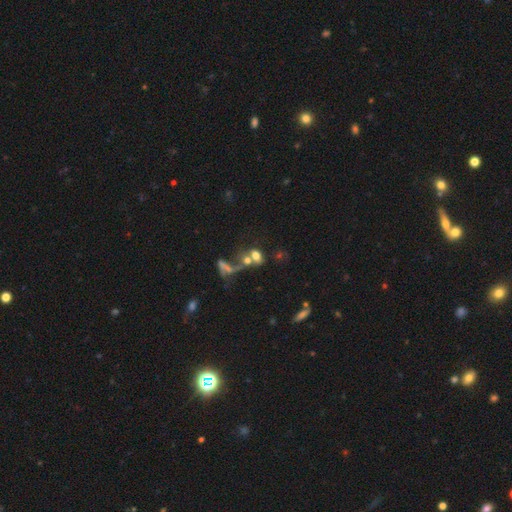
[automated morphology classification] smooth-or-featured: smooth: 60% | featured or disk: 23% | star or artifact: 17%
  how-rounded: in between: 68% | round: 28% | cigar-shaped: 4%
  merging: merger: 54% | none: 23% | major disturbance: 15% | minor disturbance: 9%